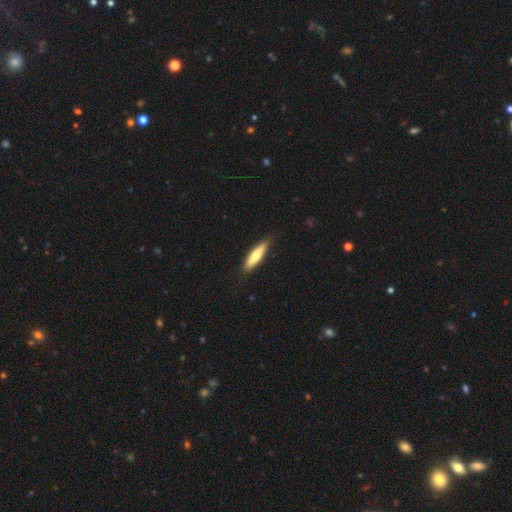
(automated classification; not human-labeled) Morphology: type=smooth (64%); roundness=cigar-shaped (71%); merging=none (86%).